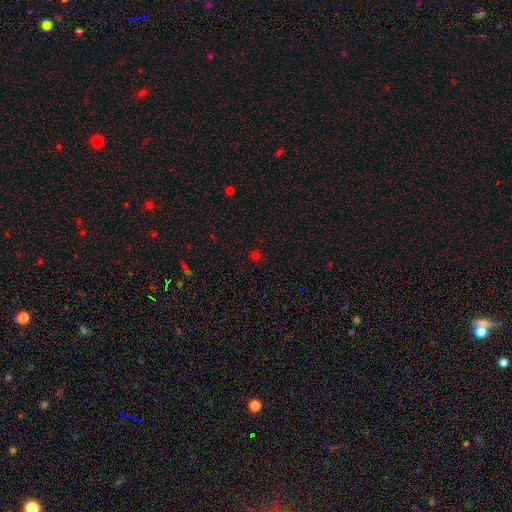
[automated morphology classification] A smooth galaxy with no disk features (63%) that is round (89%). Merging: none (88%).